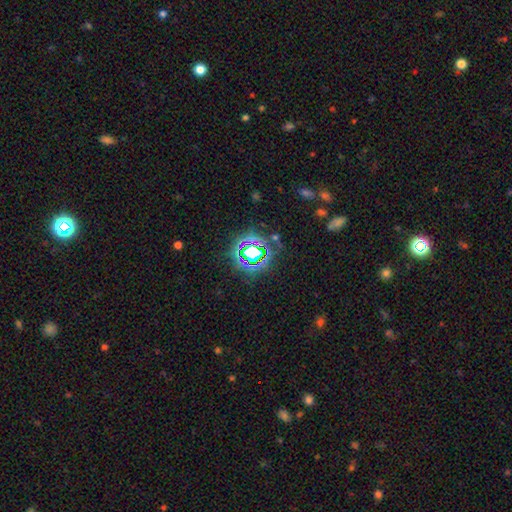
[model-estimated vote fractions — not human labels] Smooth or featured? Predicted: star or artifact (p=0.67).